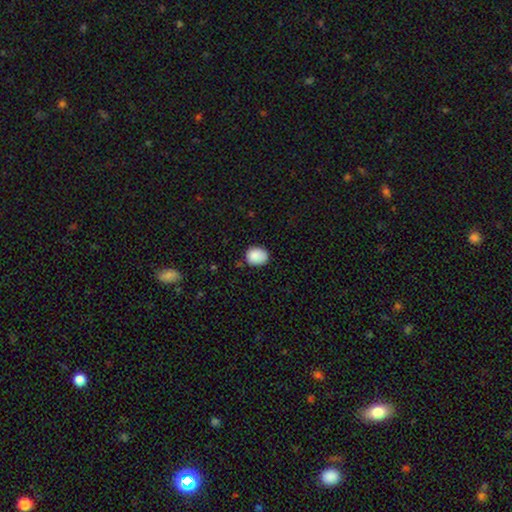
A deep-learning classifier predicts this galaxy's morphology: Smooth or featured? smooth (88%)
How rounded? round (55%)
Merging? none (72%)